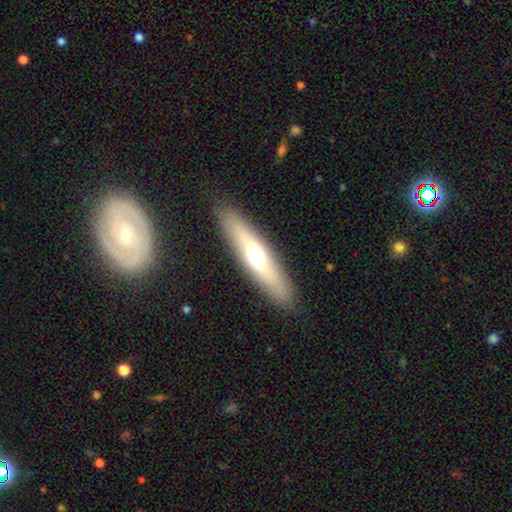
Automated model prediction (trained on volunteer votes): This appears to be a smooth galaxy with no disk features (51%) that is cigar-shaped (73%). Merging: none (88%).